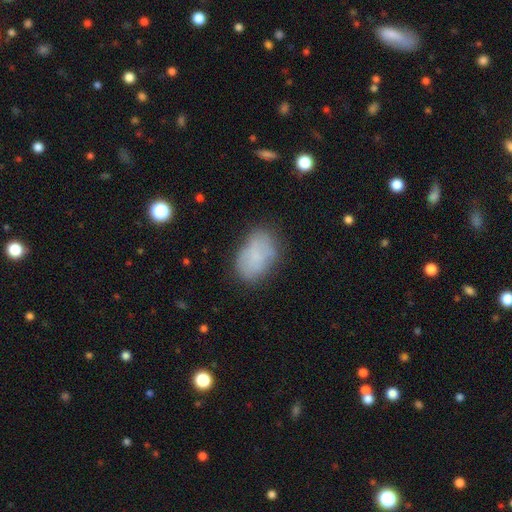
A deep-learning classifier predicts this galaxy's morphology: This is likely a smooth galaxy (73%). How rounded: clearly in between (88%). Merging: likely none (63%).